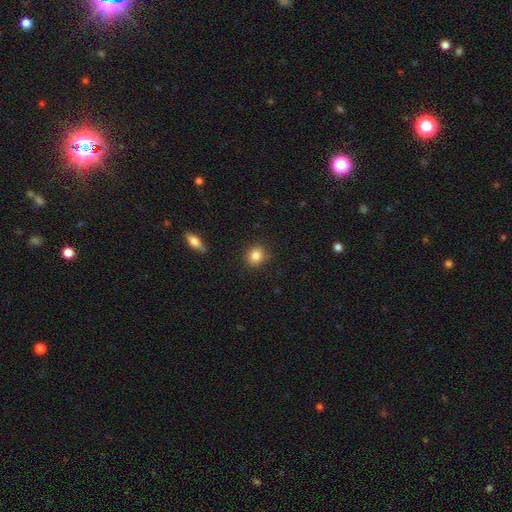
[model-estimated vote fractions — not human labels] Morphology: type=smooth (85%); roundness=round (80%); merging=none (87%).